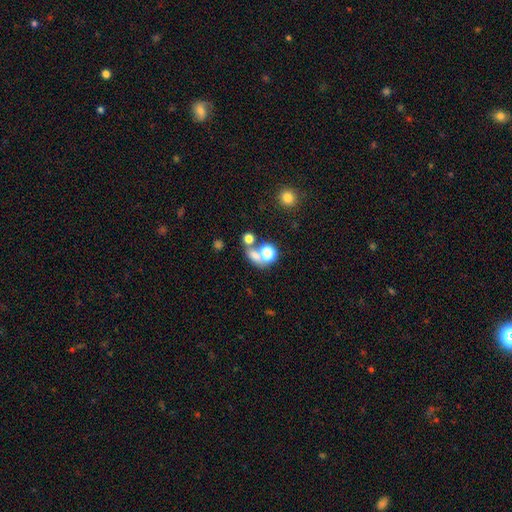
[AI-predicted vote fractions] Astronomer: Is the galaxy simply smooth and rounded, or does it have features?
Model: smooth — 64%.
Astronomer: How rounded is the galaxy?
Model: round — 56% (runner-up: in between, 42%).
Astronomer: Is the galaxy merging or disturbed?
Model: merger — 49% (runner-up: none, 35%).